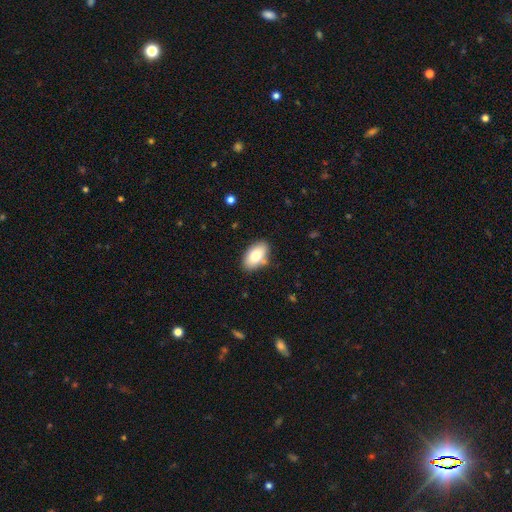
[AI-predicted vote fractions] The model was most divided on "smooth or featured": smooth: 78%, featured or disk: 15%, star or artifact: 7%. More confident: how rounded — in between (93%); merging — none (81%).